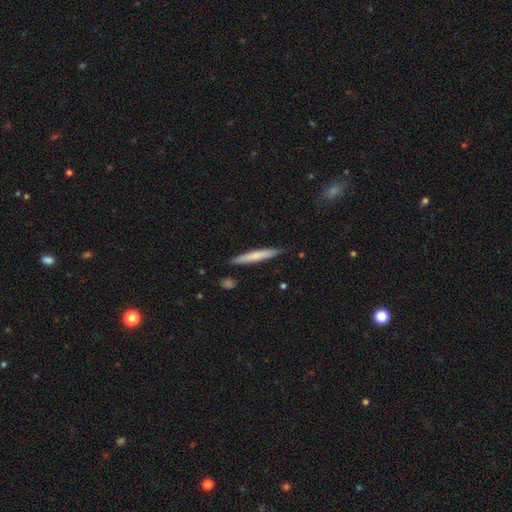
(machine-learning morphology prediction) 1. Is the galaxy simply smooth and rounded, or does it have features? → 65% smooth, 30% featured or disk, 5% star or artifact.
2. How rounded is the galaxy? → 95% cigar-shaped, 3% in between, 1% round.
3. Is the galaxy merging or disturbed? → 88% none, 9% minor disturbance, 2% merger, 2% major disturbance.